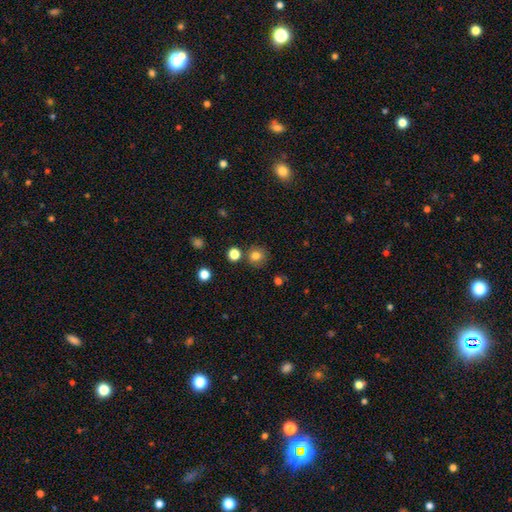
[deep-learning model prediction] Overall: smooth (80%). How rounded: round (92%). Merging: none (84%).